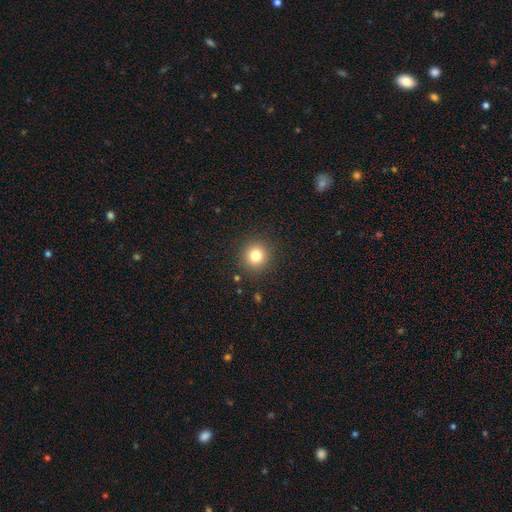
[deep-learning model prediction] Smooth or featured? smooth (81%)
How rounded? round (93%)
Merging? none (90%)